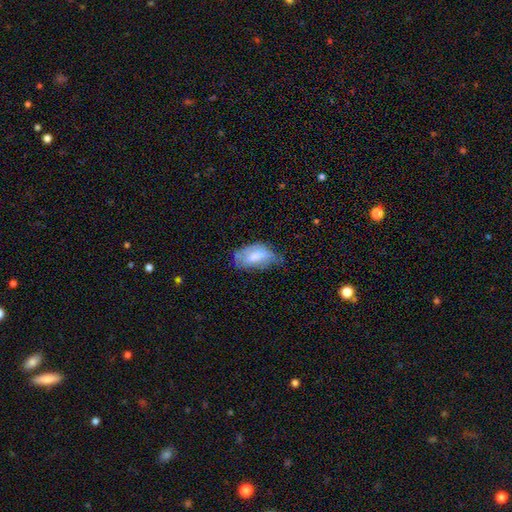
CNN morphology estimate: Smooth or featured? smooth (61%)
How rounded? in between (91%)
Merging? minor disturbance (41%)